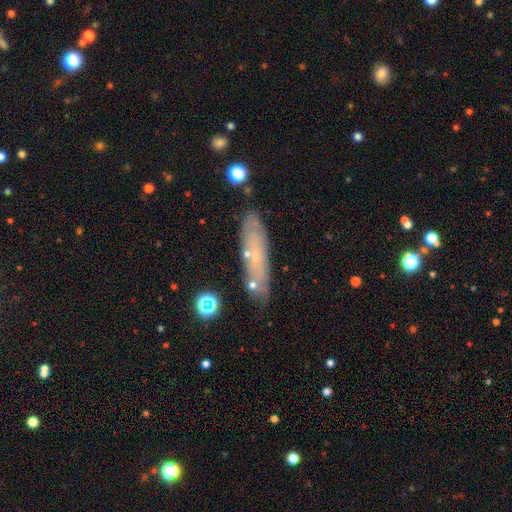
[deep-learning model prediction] Smooth or featured? Predicted: featured or disk (p=0.47). Merging? Predicted: none (p=0.77).